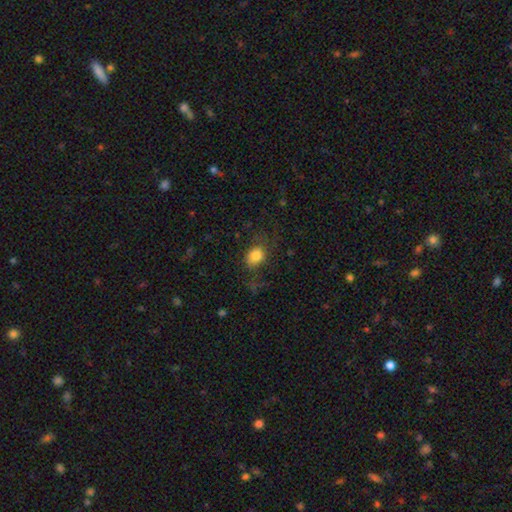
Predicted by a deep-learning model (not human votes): This is clearly a smooth galaxy (80%). How rounded: possibly round (53%). Merging: likely none (60%).